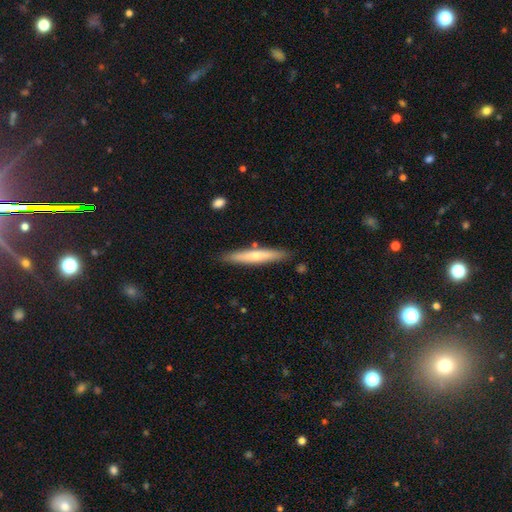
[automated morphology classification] Smooth or featured? smooth (53%)
How rounded? cigar-shaped (93%)
Merging? none (86%)